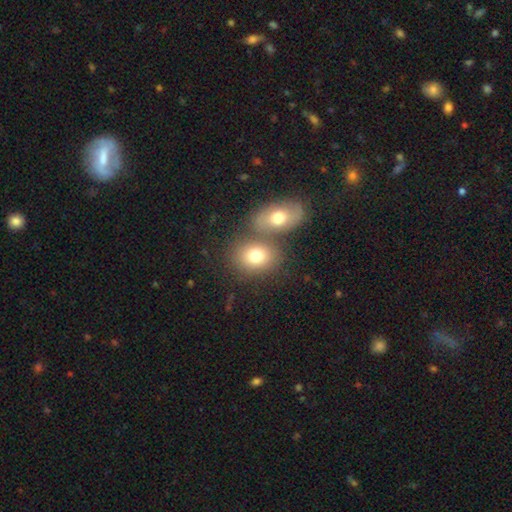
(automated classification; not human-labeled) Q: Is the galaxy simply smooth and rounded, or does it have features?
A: smooth — 75%.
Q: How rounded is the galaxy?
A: in between — 60%.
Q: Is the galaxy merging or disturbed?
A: none — 49%.